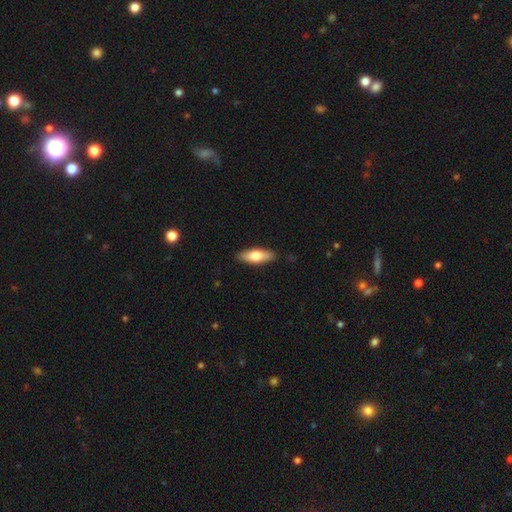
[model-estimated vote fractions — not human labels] smooth 69%, featured or disk 25%, star or artifact 6%. Down the decision tree: how rounded — in between (64%); merging — none (87%).